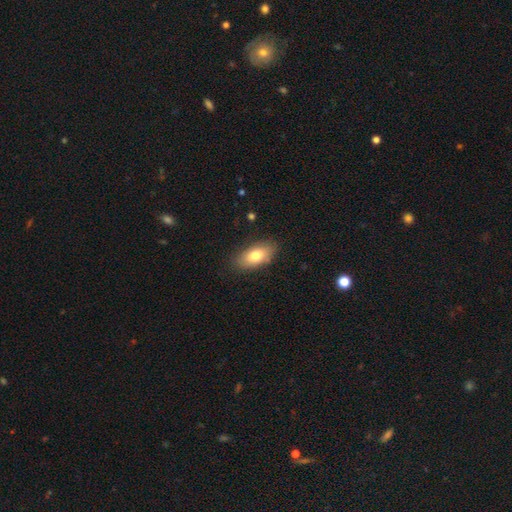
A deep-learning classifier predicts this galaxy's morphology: smooth 76%, featured or disk 17%, star or artifact 7%. Down the decision tree: how rounded — in between (90%); merging — none (82%).